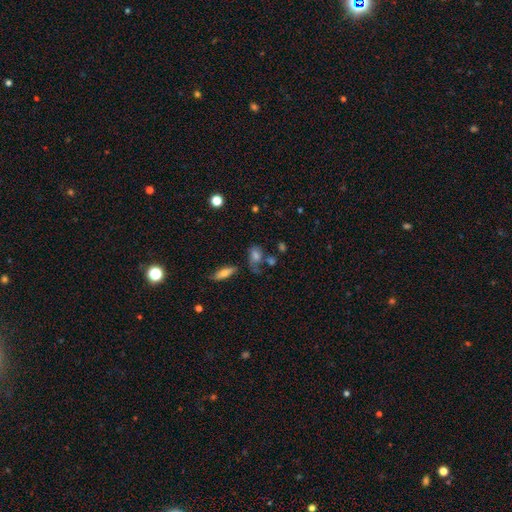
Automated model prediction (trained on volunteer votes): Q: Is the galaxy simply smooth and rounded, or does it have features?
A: smooth — 61%.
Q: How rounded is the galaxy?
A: in between — 69%.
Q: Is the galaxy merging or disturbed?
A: none — 43%.